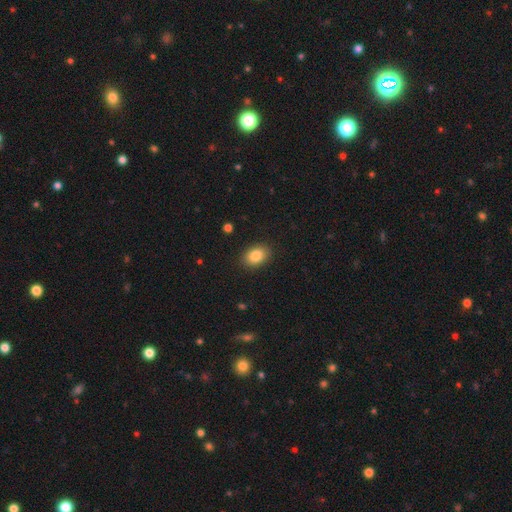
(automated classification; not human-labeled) Overall: smooth (85%). How rounded: in between (81%). Merging: none (88%).